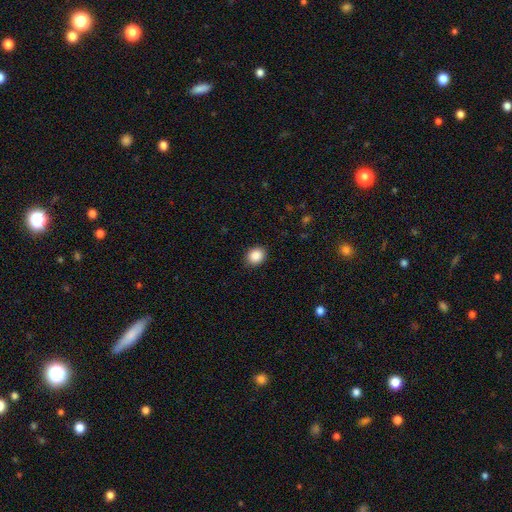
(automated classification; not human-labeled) Morphology: type=smooth (88%); roundness=round (64%); merging=none (89%).